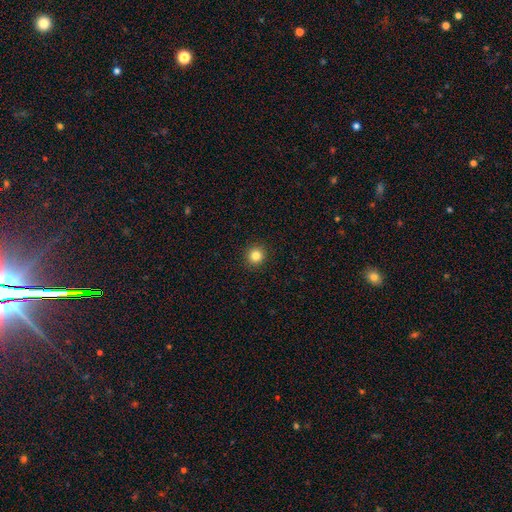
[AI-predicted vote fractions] smooth-or-featured: smooth: 83% | star or artifact: 12% | featured or disk: 5%
  how-rounded: round: 93% | in between: 6% | cigar-shaped: 1%
  merging: none: 93% | minor disturbance: 5% | major disturbance: 2% | merger: 1%